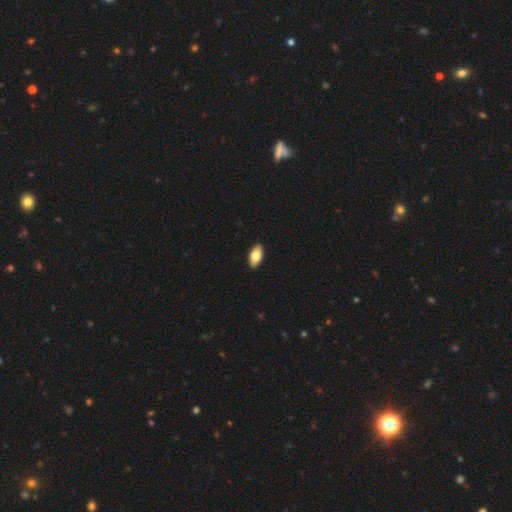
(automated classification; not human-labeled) Q: Smooth or featured?
A: smooth (80%); runner-up: featured or disk (14%)
Q: How rounded?
A: in between (92%); runner-up: cigar-shaped (6%)
Q: Merging?
A: none (91%); runner-up: minor disturbance (6%)